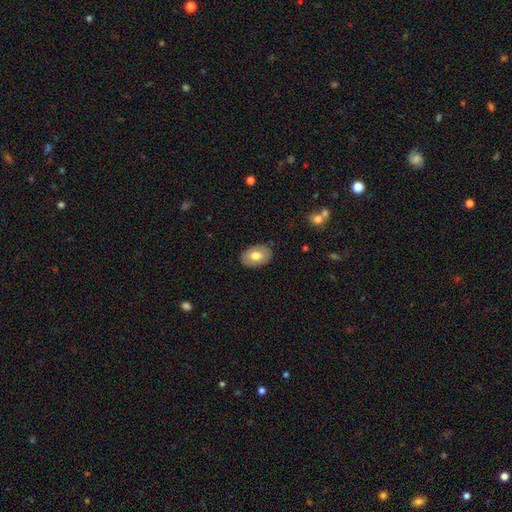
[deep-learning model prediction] Q: Smooth or featured?
A: smooth (70%); runner-up: featured or disk (24%)
Q: How rounded?
A: in between (87%); runner-up: round (12%)
Q: Merging?
A: none (86%); runner-up: minor disturbance (11%)